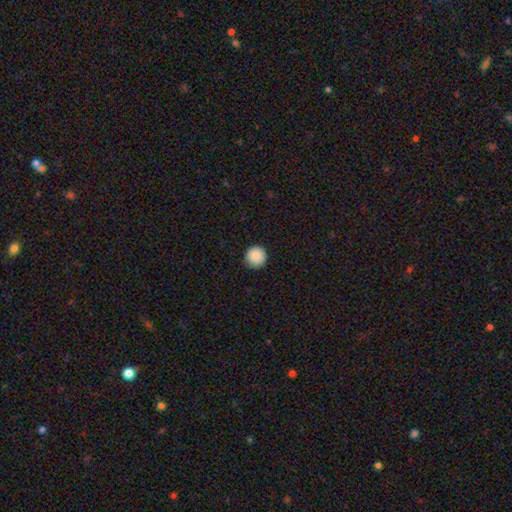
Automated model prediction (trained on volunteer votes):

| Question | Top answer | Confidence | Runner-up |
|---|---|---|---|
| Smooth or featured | smooth | 88% | star or artifact (8%) |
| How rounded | round | 96% | in between (3%) |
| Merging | none | 90% | minor disturbance (7%) |